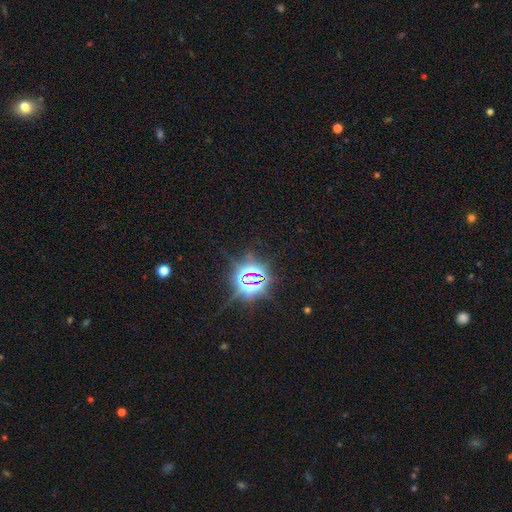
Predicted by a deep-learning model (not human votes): Morphology: type=star or artifact (84%).